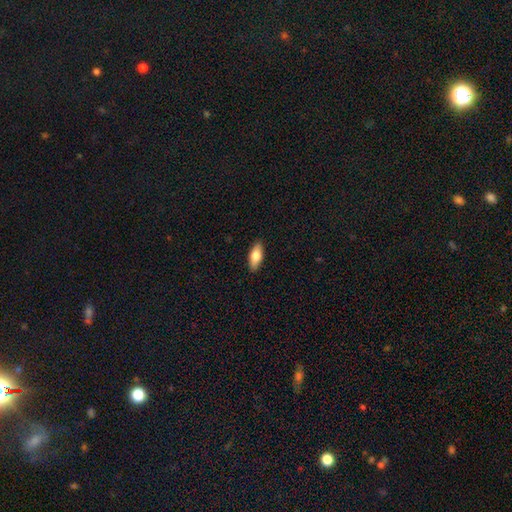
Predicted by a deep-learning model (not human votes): This appears to be a smooth galaxy with no disk features (75%) that is in between round and cigar-shaped (77%). Merging: none (90%).